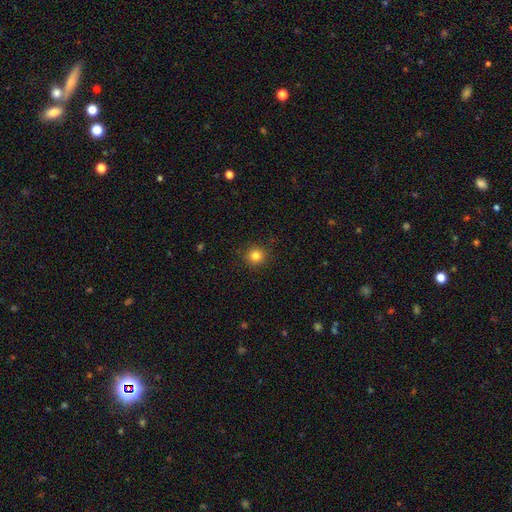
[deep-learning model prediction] Smooth or featured: smooth — 82% (star or artifact — 12%)
How rounded: round — 92% (in between — 7%)
Merging: none — 91% (minor disturbance — 6%)